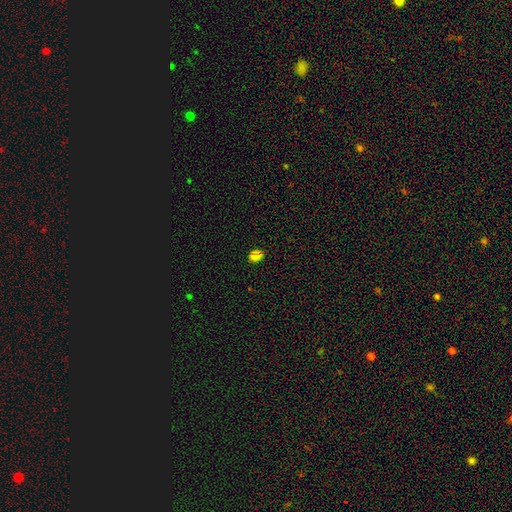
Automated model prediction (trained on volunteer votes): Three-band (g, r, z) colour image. It shows a smooth galaxy with no disk features (75%) that is in between round and cigar-shaped (53%). Merging: none (83%).